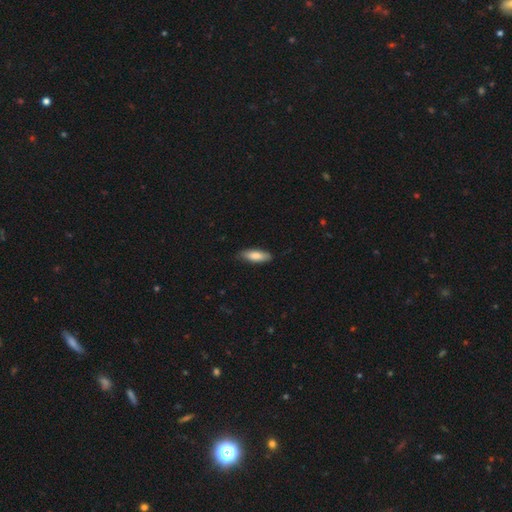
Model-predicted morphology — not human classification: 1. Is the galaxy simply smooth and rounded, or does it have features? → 82% smooth, 13% featured or disk, 5% star or artifact.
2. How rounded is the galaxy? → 58% in between, 40% cigar-shaped, 2% round.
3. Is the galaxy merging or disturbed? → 82% none, 15% minor disturbance, 2% major disturbance, 1% merger.